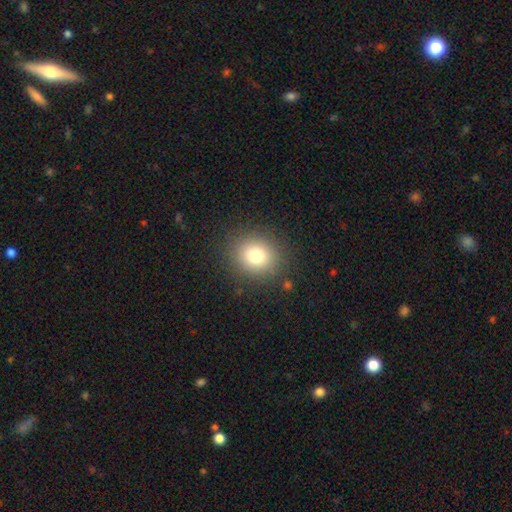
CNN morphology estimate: Q: Smooth or featured?
A: smooth (78%); runner-up: star or artifact (13%)
Q: How rounded?
A: round (81%); runner-up: in between (18%)
Q: Merging?
A: none (87%); runner-up: minor disturbance (8%)